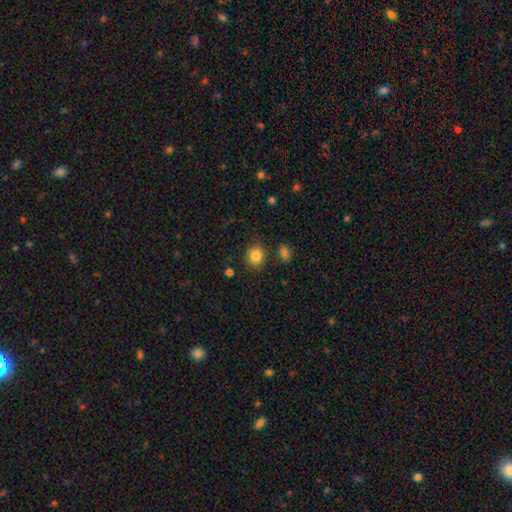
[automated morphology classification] Q: Smooth or featured?
A: smooth (83%); runner-up: star or artifact (11%)
Q: How rounded?
A: round (77%); runner-up: in between (22%)
Q: Merging?
A: none (83%); runner-up: minor disturbance (10%)